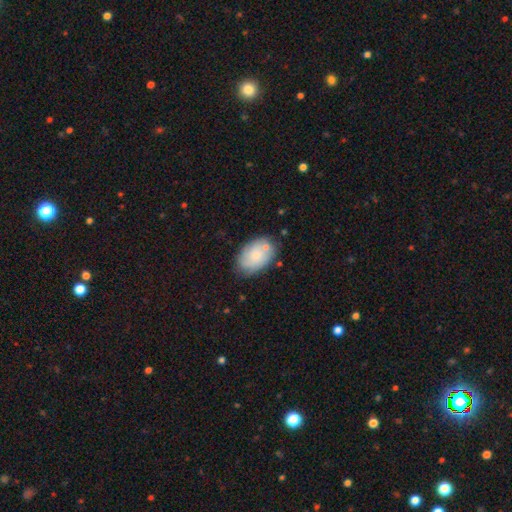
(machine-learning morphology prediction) Smooth or featured? Predicted: smooth (p=0.65). How rounded? Predicted: in between (p=0.88). Merging? Predicted: none (p=0.66).